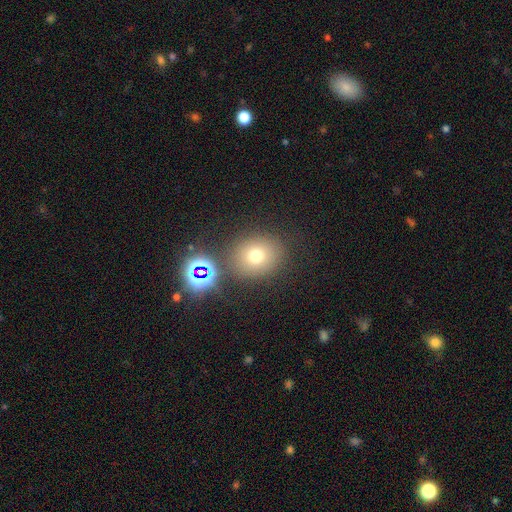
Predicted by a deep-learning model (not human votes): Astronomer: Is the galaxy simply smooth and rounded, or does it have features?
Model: smooth — 71%.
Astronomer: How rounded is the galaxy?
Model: round — 74%.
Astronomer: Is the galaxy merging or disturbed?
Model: none — 78%.